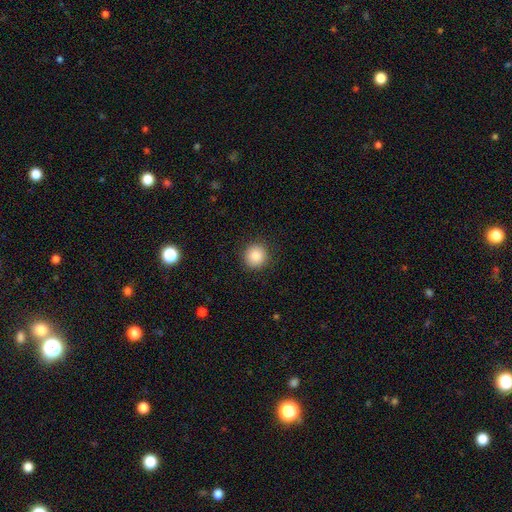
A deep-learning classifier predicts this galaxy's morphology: Overall: smooth (88%). How rounded: round (94%). Merging: none (91%).